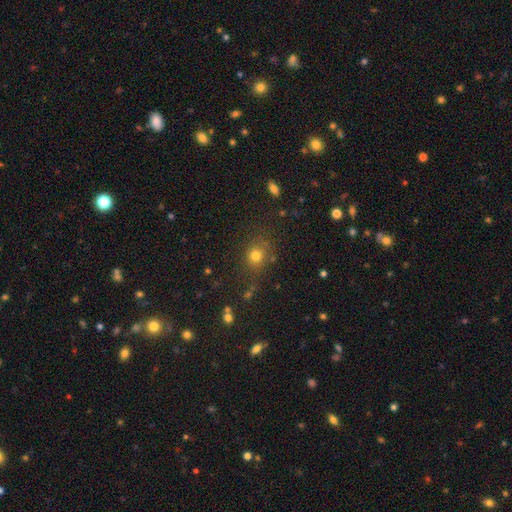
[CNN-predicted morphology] smooth 76%, star or artifact 16%, featured or disk 8%. Down the decision tree: how rounded — round (75%); merging — none (77%).